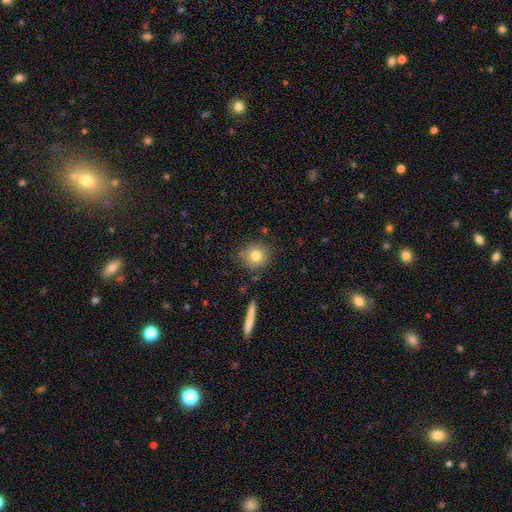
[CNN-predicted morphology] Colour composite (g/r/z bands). It shows a smooth galaxy with no disk features (79%) that is round (89%). Merging: none (80%).